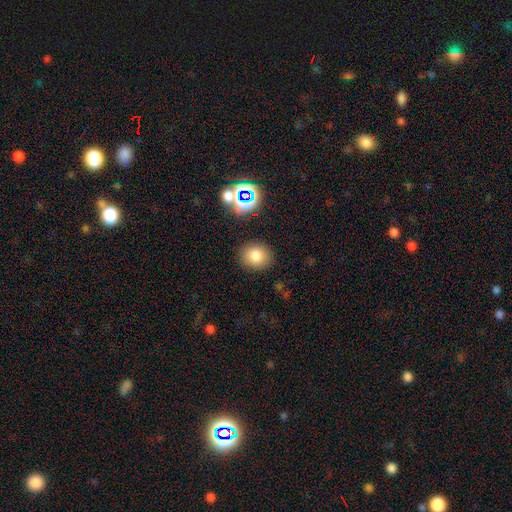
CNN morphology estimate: smooth-or-featured: smooth: 77% | star or artifact: 15% | featured or disk: 8%
  how-rounded: round: 77% | in between: 22% | cigar-shaped: 1%
  merging: none: 86% | minor disturbance: 8% | merger: 3% | major disturbance: 3%